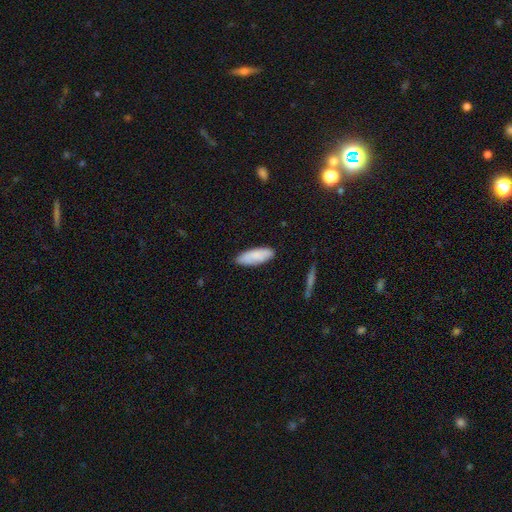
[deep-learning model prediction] This is clearly a smooth galaxy (83%). How rounded: likely in between (63%). Merging: clearly none (83%).